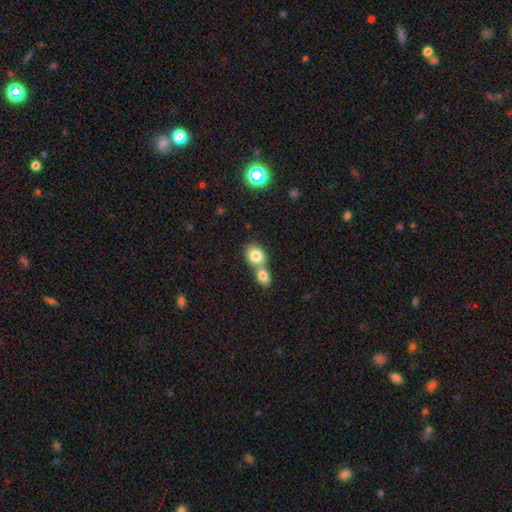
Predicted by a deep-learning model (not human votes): smooth-or-featured: smooth: 80% | featured or disk: 11% | star or artifact: 9%
  how-rounded: round: 54% | in between: 45% | cigar-shaped: 1%
  merging: merger: 63% | none: 29% | minor disturbance: 6% | major disturbance: 2%